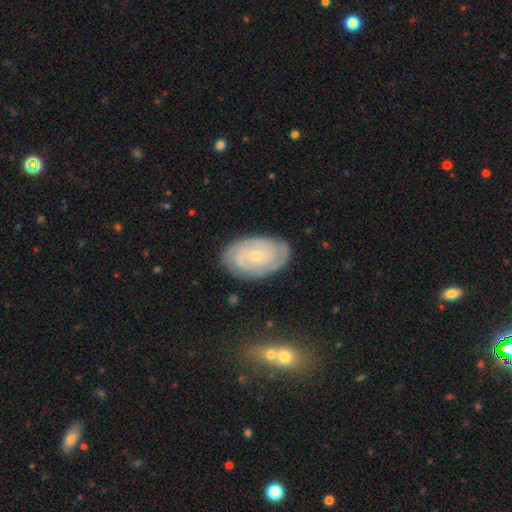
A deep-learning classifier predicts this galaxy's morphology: A featured or disk galaxy (78%) with no bar (71%), 2 (37%) tight (74%) spiral arms (94%) and a small central bulge (79%). Merging: none (82%).